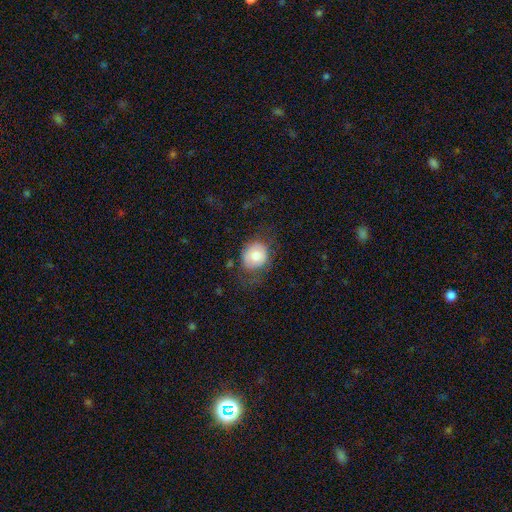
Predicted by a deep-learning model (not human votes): Morphology: type=smooth (71%); roundness=round (74%); merging=none (63%).